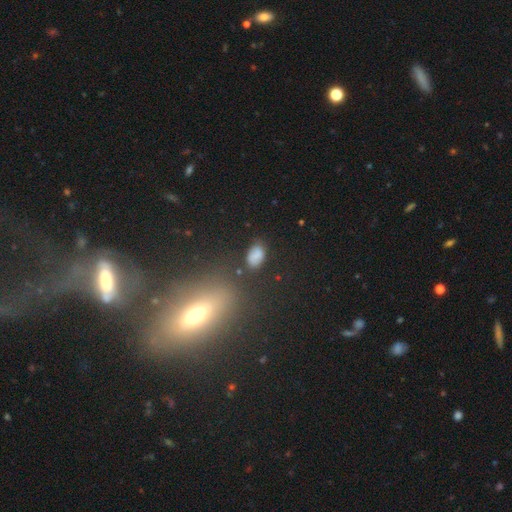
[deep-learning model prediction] Smooth or featured? Predicted: smooth (p=0.77). How rounded? Predicted: in between (p=0.88). Merging? Predicted: none (p=0.67).